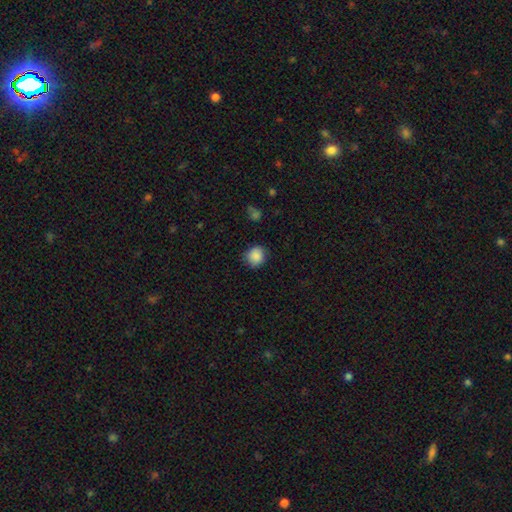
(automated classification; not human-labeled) Smooth or featured? Predicted: smooth (p=0.88). How rounded? Predicted: round (p=0.82). Merging? Predicted: none (p=0.83).